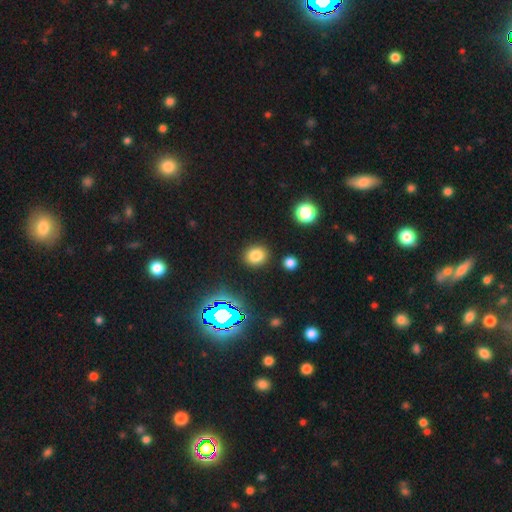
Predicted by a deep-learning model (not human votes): Smooth or featured? smooth (77%)
How rounded? round (74%)
Merging? none (88%)